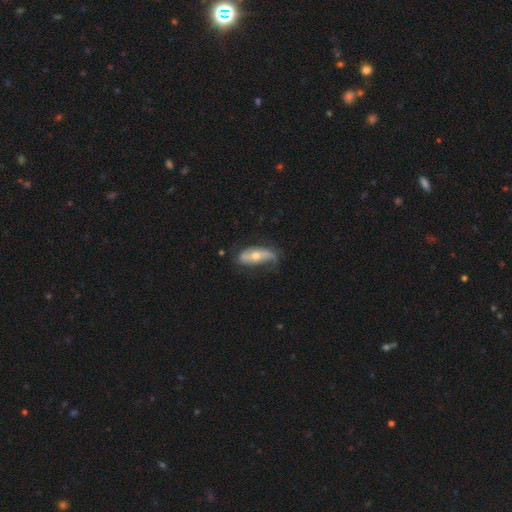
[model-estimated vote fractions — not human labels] smooth_or_featured: featured or disk (p=0.59) [alt: smooth p=0.34]
disk_edge_on: no (p=0.80) [alt: yes p=0.20]
merging: none (p=0.48) [alt: minor disturbance p=0.32]